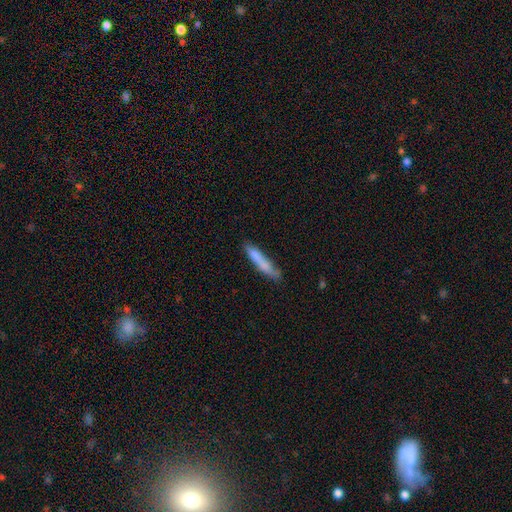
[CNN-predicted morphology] Smooth or featured: smooth — 74% (featured or disk — 19%)
How rounded: cigar-shaped — 91% (in between — 8%)
Merging: none — 63% (minor disturbance — 24%)